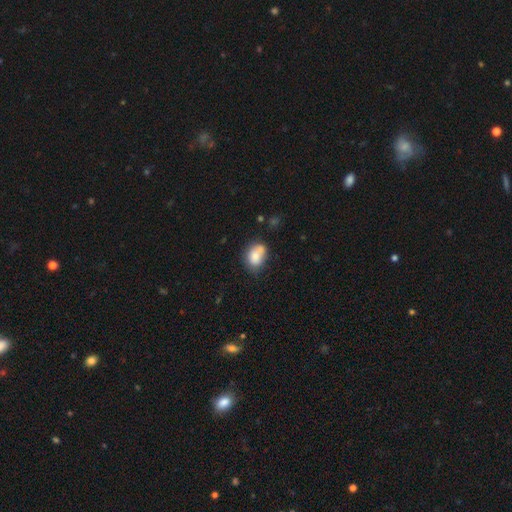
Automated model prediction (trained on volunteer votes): Overall: smooth (79%). How rounded: in between (69%; round 29%). Merging: none (46%; minor disturbance 26%).